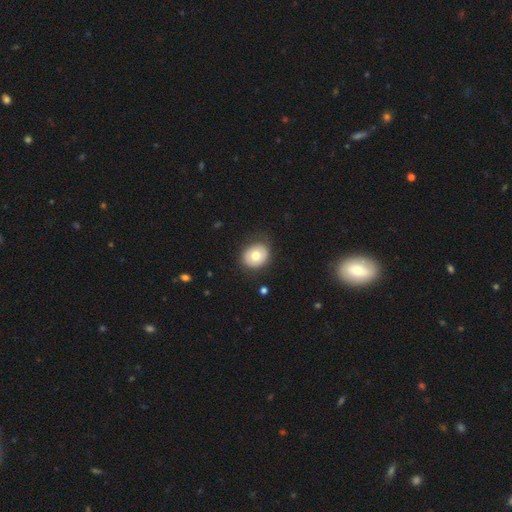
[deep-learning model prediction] The model was most divided on "how rounded": round: 68%, in between: 32%, cigar-shaped: 1%. More confident: merging — none (83%); smooth or featured — smooth (68%).